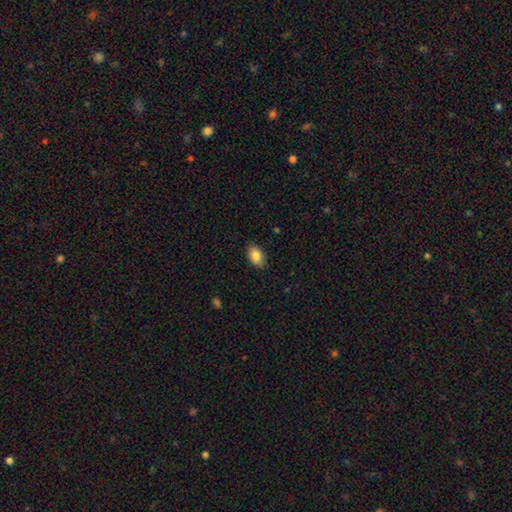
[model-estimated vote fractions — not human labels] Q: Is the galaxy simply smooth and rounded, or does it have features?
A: smooth — 86%.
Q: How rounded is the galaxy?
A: in between — 89%.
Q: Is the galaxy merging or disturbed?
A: none — 86%.